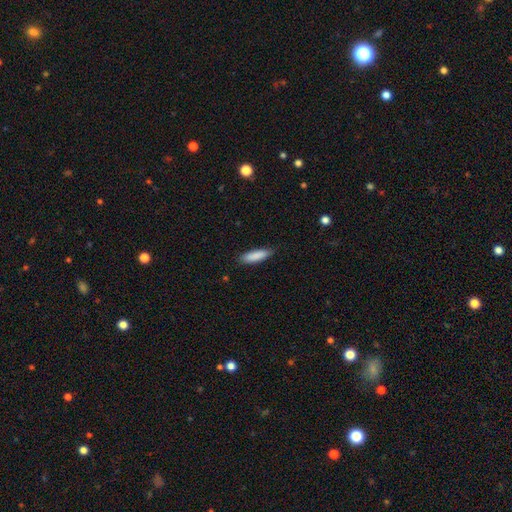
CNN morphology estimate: type=smooth (87%); roundness=cigar-shaped (59%); merging=none (82%).